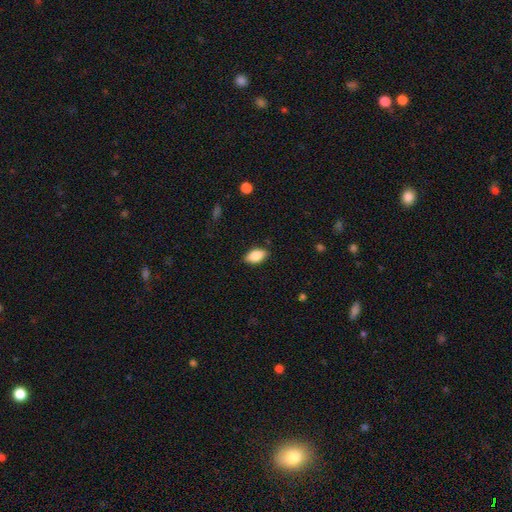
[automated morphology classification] This is clearly a smooth galaxy (85%). How rounded: clearly in between (92%). Merging: clearly none (87%).